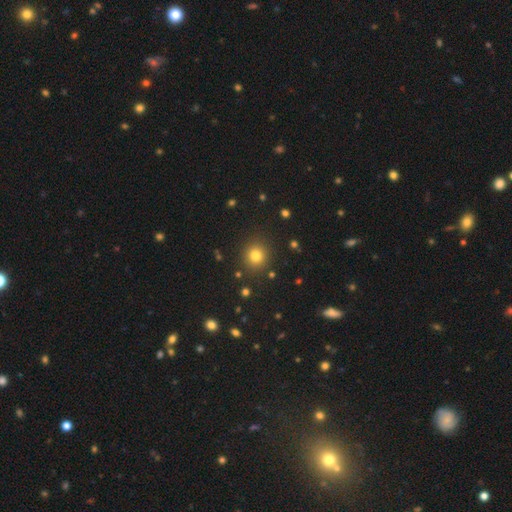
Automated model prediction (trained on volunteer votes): smooth 80%, star or artifact 15%, featured or disk 6%. Down the decision tree: how rounded — round (90%); merging — none (89%).